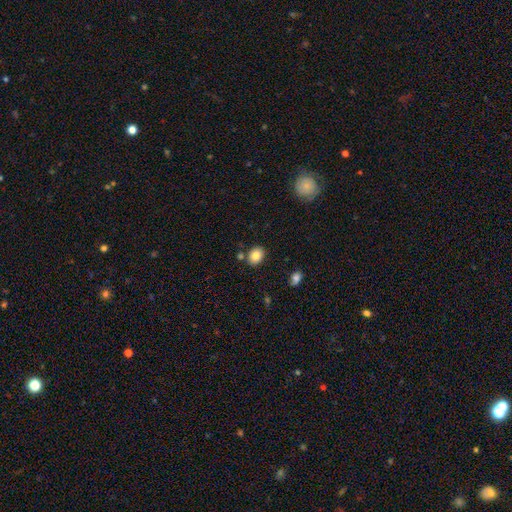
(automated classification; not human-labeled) smooth-or-featured: smooth: 84% | star or artifact: 9% | featured or disk: 7%
  how-rounded: in between: 62% | round: 37% | cigar-shaped: 1%
  merging: none: 80% | minor disturbance: 10% | merger: 7% | major disturbance: 3%